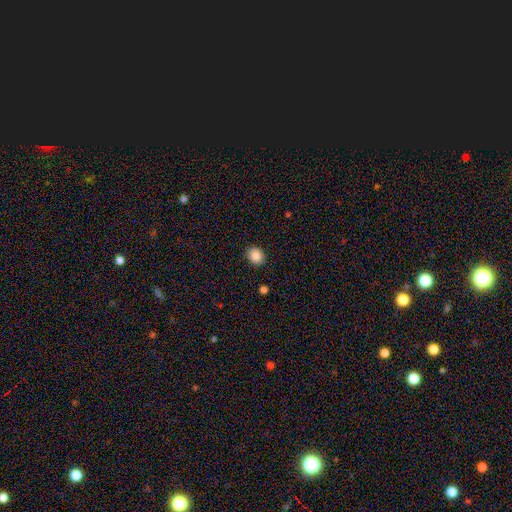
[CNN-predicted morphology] A smooth galaxy with no disk features (87%) that is round (60%).

Vote fractions:
- Smooth or featured? smooth: 87% / star or artifact: 9% / featured or disk: 4%
- How rounded? round: 60% / in between: 39% / cigar-shaped: 1%
- Merging? none: 89% / minor disturbance: 8% / major disturbance: 2% / merger: 1%